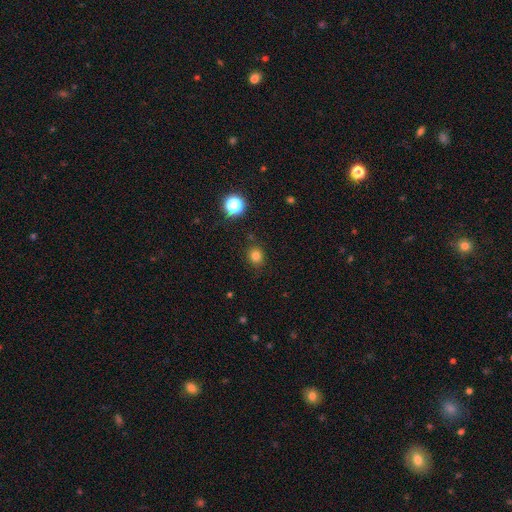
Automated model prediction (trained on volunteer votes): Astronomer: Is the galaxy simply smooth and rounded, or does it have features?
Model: smooth — 80%.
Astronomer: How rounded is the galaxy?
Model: round — 80%.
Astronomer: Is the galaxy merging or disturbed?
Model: none — 87%.